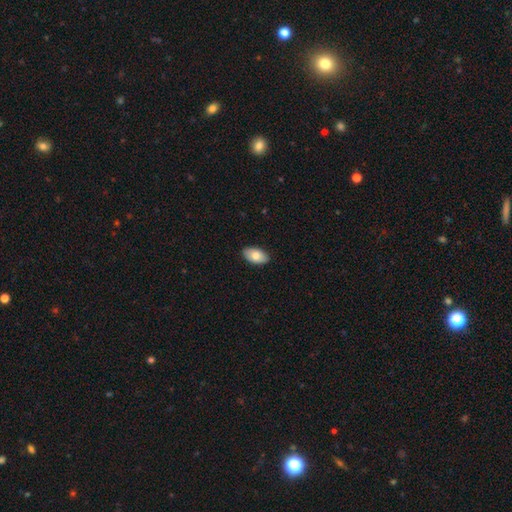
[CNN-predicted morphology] Q: Smooth or featured?
A: smooth (77%); runner-up: featured or disk (17%)
Q: How rounded?
A: in between (94%); runner-up: round (4%)
Q: Merging?
A: none (89%); runner-up: minor disturbance (9%)